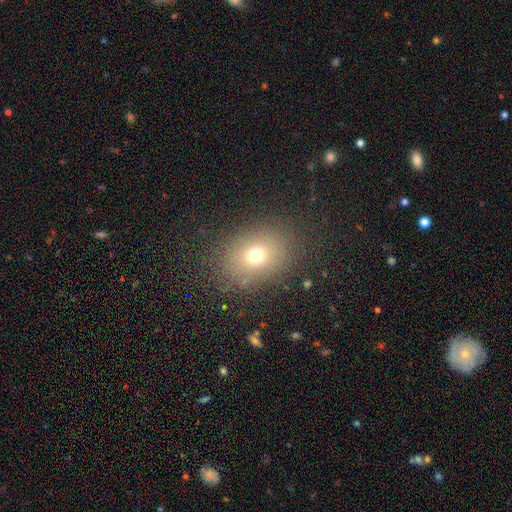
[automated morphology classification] The model was most divided on "how rounded": in between: 55%, round: 43%, cigar-shaped: 1%. More confident: merging — none (82%); smooth or featured — smooth (69%).